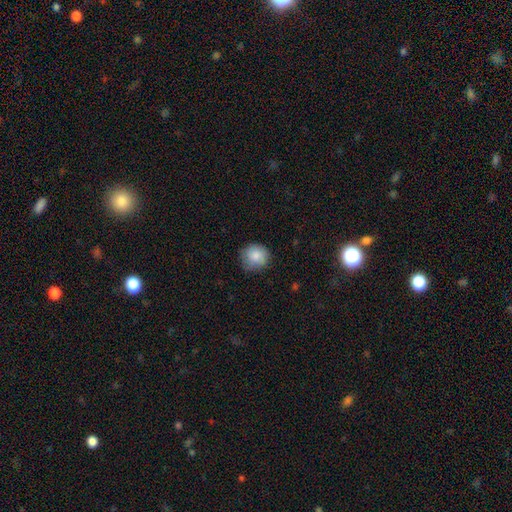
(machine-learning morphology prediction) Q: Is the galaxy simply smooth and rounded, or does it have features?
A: smooth — 85%.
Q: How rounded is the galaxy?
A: round — 89%.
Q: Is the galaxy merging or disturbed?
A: none — 77%.